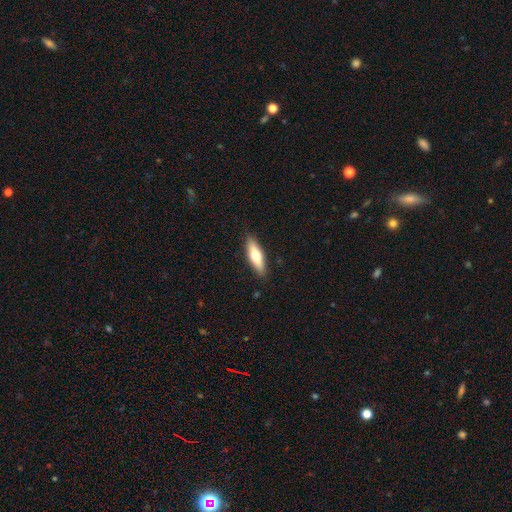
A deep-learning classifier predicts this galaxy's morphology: Smooth or featured? Predicted: smooth (p=0.62). How rounded? Predicted: cigar-shaped (p=0.54). Merging? Predicted: none (p=0.88).